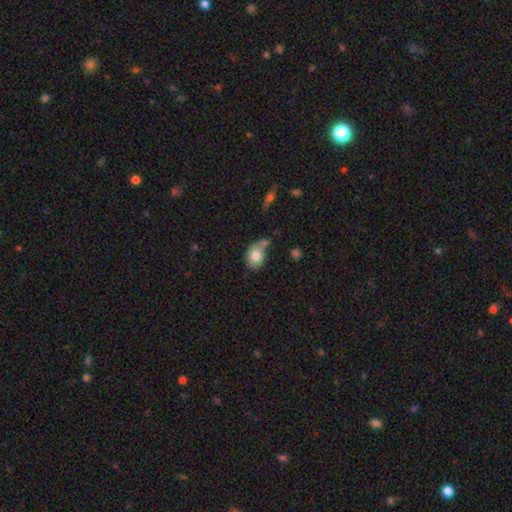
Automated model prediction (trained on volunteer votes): smooth-or-featured: smooth: 78% | featured or disk: 14% | star or artifact: 8%
  how-rounded: in between: 59% | round: 40% | cigar-shaped: 1%
  merging: none: 35% | merger: 26% | minor disturbance: 25% | major disturbance: 14%